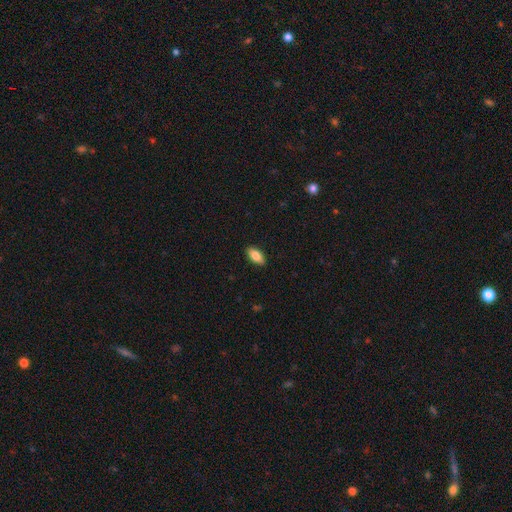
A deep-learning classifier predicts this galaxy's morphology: Smooth or featured? smooth (82%)
How rounded? in between (89%)
Merging? none (89%)